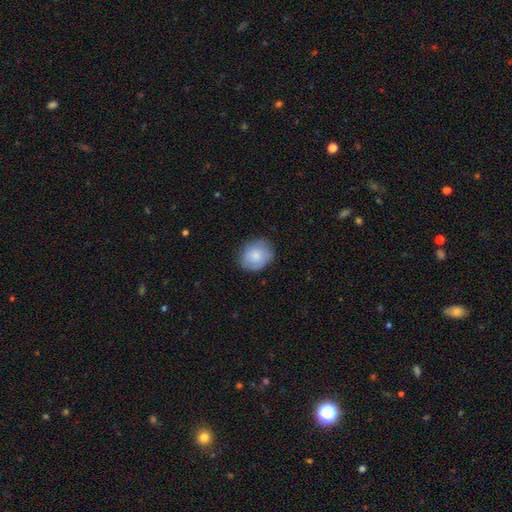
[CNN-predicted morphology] The model was most divided on "how rounded": round: 61%, in between: 38%, cigar-shaped: 1%. More confident: smooth or featured — smooth (79%); merging — none (78%).